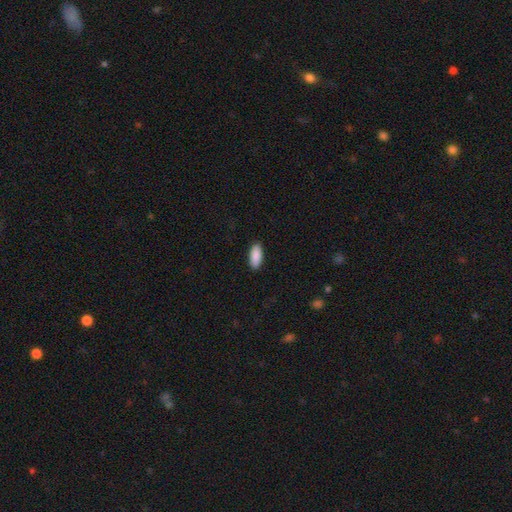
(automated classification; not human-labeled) Smooth or featured? Predicted: smooth (p=0.90). How rounded? Predicted: in between (p=0.85). Merging? Predicted: none (p=0.90).